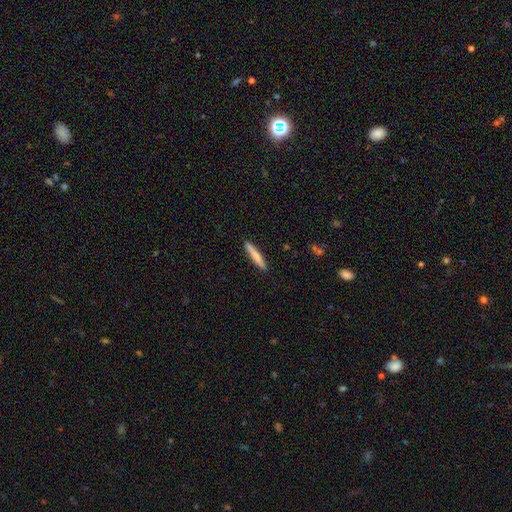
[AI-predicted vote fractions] Smooth or featured: smooth — 75% (featured or disk — 20%)
How rounded: cigar-shaped — 94% (in between — 5%)
Merging: none — 91% (minor disturbance — 7%)